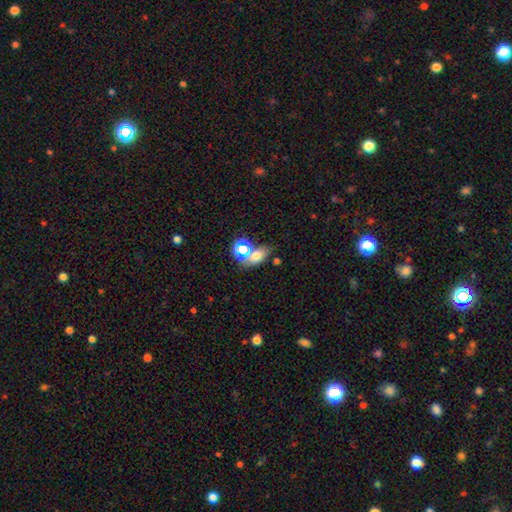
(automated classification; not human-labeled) Smooth or featured: smooth — 59% (star or artifact — 27%)
How rounded: in between — 73% (round — 24%)
Merging: none — 54% (merger — 26%)